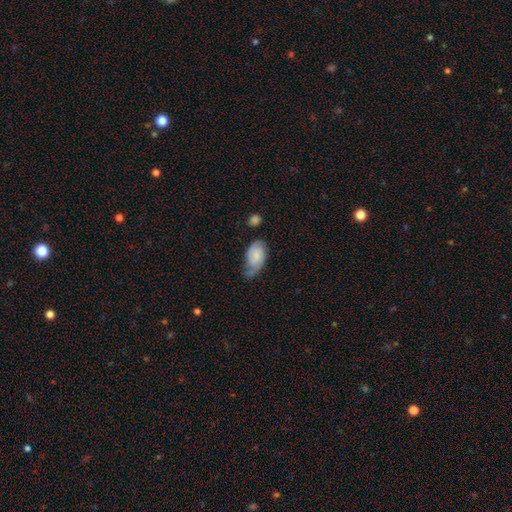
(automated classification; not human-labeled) This is possibly a smooth galaxy (60%). How rounded: clearly in between (91%). Merging: marginally minor disturbance (40%).